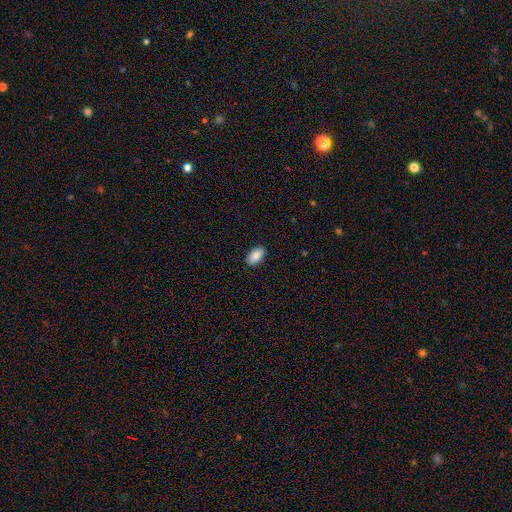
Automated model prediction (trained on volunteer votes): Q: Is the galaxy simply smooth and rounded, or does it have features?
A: smooth — 89%.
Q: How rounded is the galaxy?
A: in between — 94%.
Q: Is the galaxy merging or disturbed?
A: none — 90%.